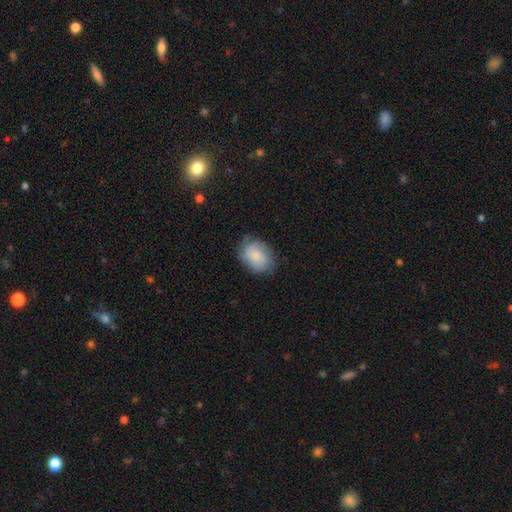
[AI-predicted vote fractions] A smooth galaxy with no disk features (70%) that is in between round and cigar-shaped (66%).

Vote fractions:
- Smooth or featured? smooth: 70% / featured or disk: 22% / star or artifact: 7%
- How rounded? in between: 66% / round: 33% / cigar-shaped: 1%
- Merging? none: 72% / minor disturbance: 21% / major disturbance: 6% / merger: 1%